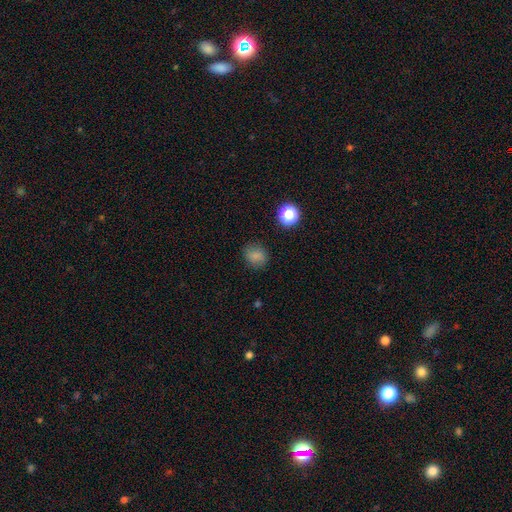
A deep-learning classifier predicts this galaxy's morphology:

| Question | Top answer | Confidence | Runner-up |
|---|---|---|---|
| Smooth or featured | smooth | 80% | star or artifact (14%) |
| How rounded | round | 65% | in between (34%) |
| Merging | none | 82% | minor disturbance (13%) |